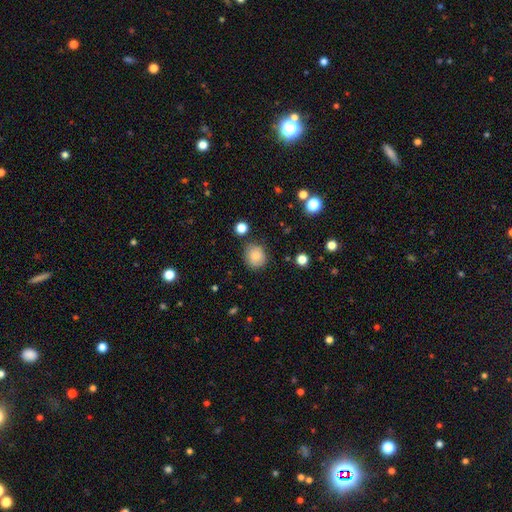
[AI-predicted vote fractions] Morphology: type=smooth (84%); roundness=round (81%); merging=none (82%).